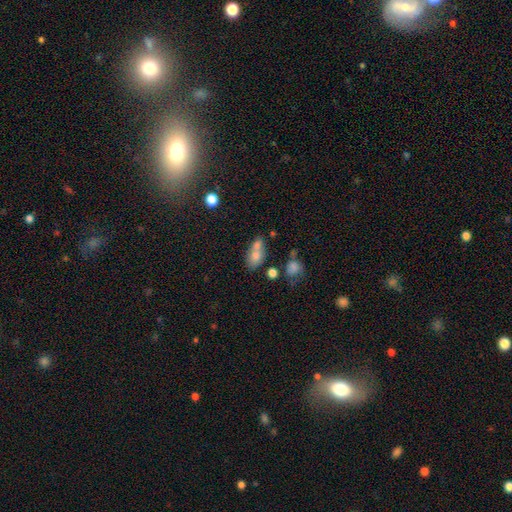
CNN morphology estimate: smooth 72%, featured or disk 18%, star or artifact 10%. Down the decision tree: how rounded — in between (81%); merging — merger (46%).